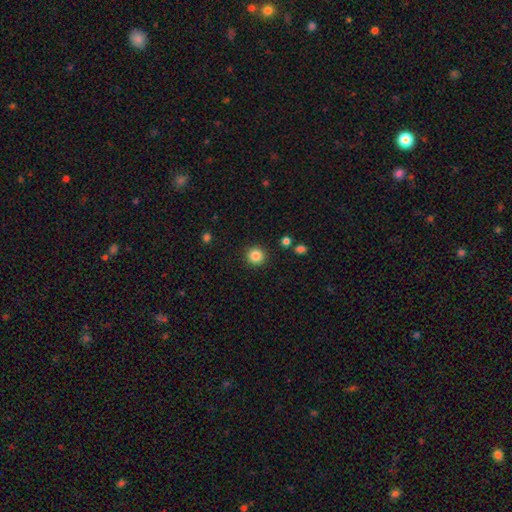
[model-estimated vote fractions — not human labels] Smooth or featured?
  - smooth: 86% *
  - star or artifact: 10%
  - featured or disk: 4%
How rounded?
  - round: 94% *
  - in between: 5%
  - cigar-shaped: 1%
Merging?
  - none: 91% *
  - minor disturbance: 5%
  - major disturbance: 2%
  - merger: 2%